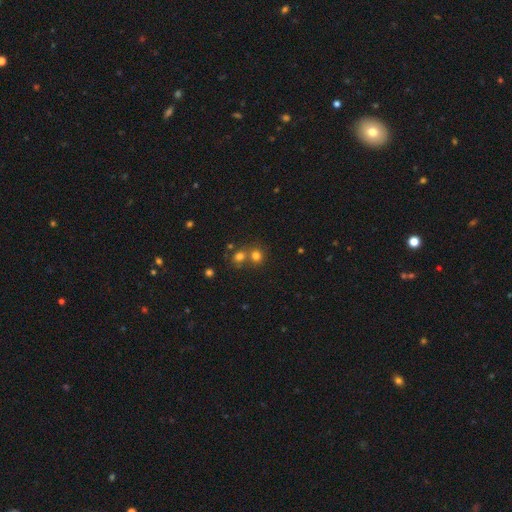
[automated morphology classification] A smooth galaxy with no disk features (74%) that is round (81%).

Vote fractions:
- Smooth or featured? smooth: 74% / star or artifact: 17% / featured or disk: 9%
- How rounded? round: 81% / in between: 18% / cigar-shaped: 1%
- Merging? none: 49% / merger: 42% / minor disturbance: 6% / major disturbance: 3%